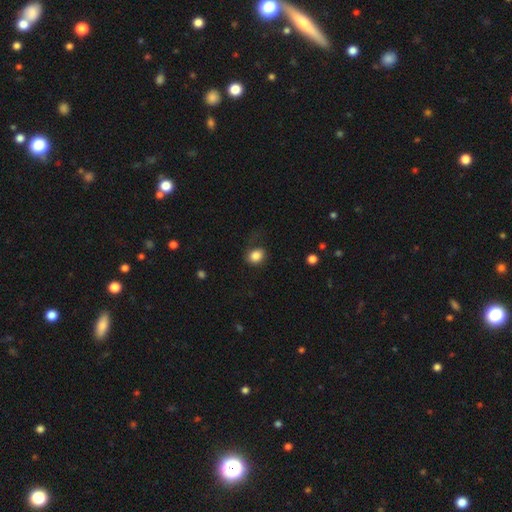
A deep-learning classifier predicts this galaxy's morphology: This is clearly a smooth galaxy (84%). How rounded: possibly round (54%). Merging: possibly none (59%).